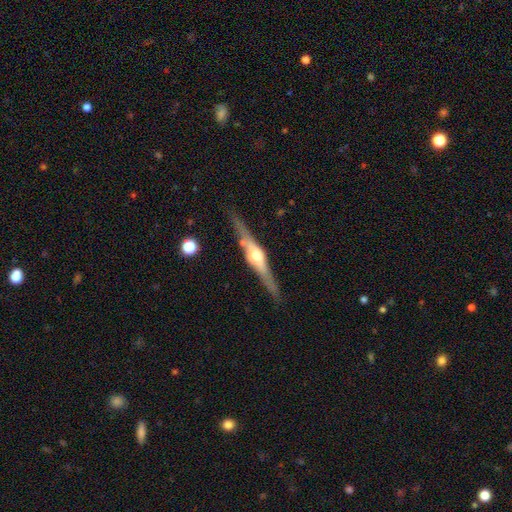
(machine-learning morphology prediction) A featured or disk galaxy (78%) viewed edge-on (97%) with a rounded central bulge (89%).

Vote fractions:
- Smooth or featured? featured or disk: 78% / smooth: 17% / star or artifact: 5%
- Edge-on disk? yes: 97% / no: 3%
- Edge-on bulge? rounded: 89% / boxy: 8% / none: 2%
- Merging? none: 84% / minor disturbance: 11% / merger: 3% / major disturbance: 2%